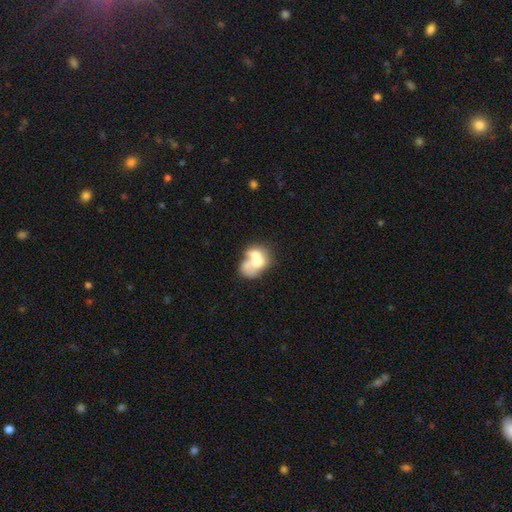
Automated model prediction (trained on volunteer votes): Smooth or featured: smooth — 52% (featured or disk — 39%)
How rounded: in between — 64% (round — 35%)
Merging: merger — 68% (none — 14%)